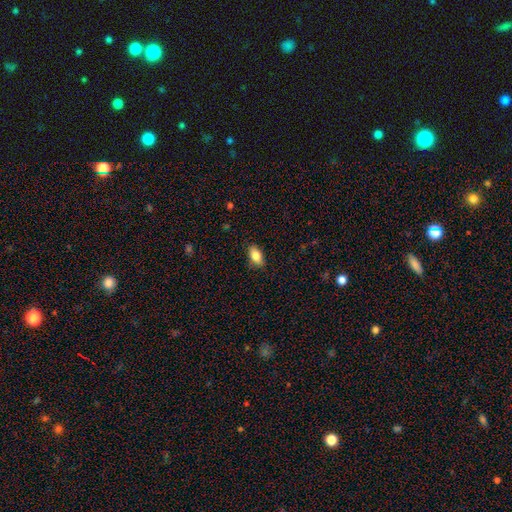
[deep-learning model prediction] Smooth or featured?
  - smooth: 83% *
  - featured or disk: 10%
  - star or artifact: 7%
How rounded?
  - in between: 90% *
  - cigar-shaped: 5%
  - round: 5%
Merging?
  - none: 87% *
  - minor disturbance: 10%
  - major disturbance: 2%
  - merger: 1%